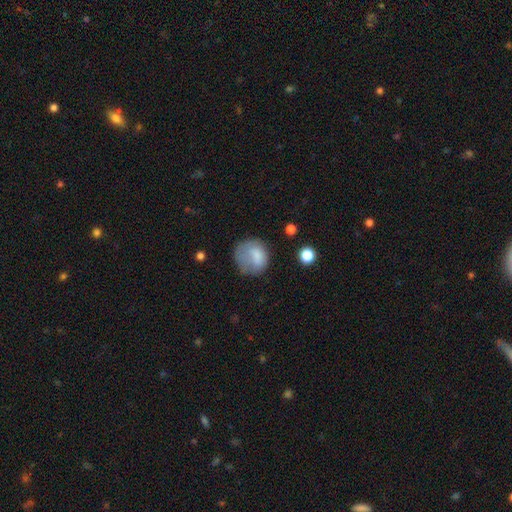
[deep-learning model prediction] Smooth or featured? smooth (75%)
How rounded? round (74%)
Merging? none (46%)